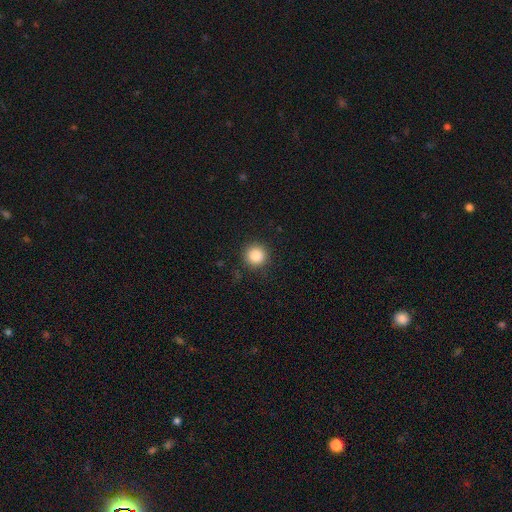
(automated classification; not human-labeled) Smooth or featured? Predicted: smooth (p=0.86). How rounded? Predicted: round (p=0.95). Merging? Predicted: none (p=0.90).